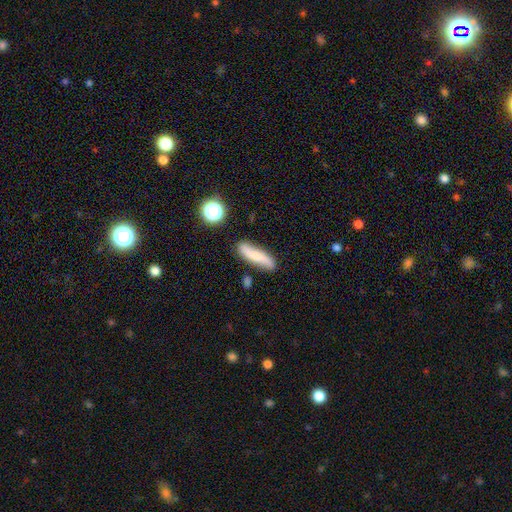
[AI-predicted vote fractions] smooth_or_featured: smooth (p=0.58) [alt: featured or disk p=0.33]
how_rounded: cigar-shaped (p=0.74) [alt: in between p=0.23]
merging: none (p=0.80) [alt: minor disturbance p=0.14]